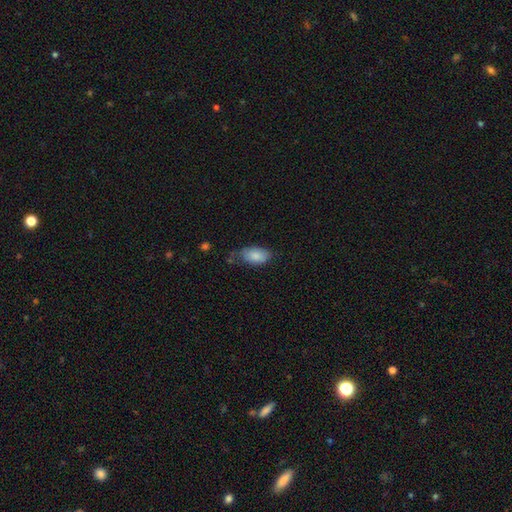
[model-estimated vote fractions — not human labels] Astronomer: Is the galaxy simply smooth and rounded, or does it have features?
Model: smooth — 84%.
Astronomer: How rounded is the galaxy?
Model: in between — 93%.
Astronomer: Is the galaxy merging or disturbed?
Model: none — 60%.